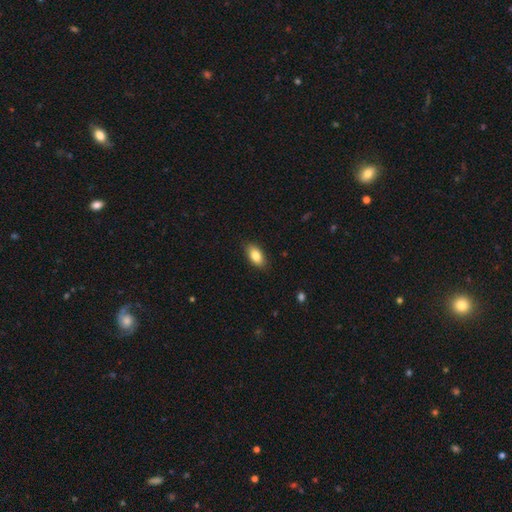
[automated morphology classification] Smooth or featured? Predicted: smooth (p=0.83). How rounded? Predicted: in between (p=0.92). Merging? Predicted: none (p=0.86).